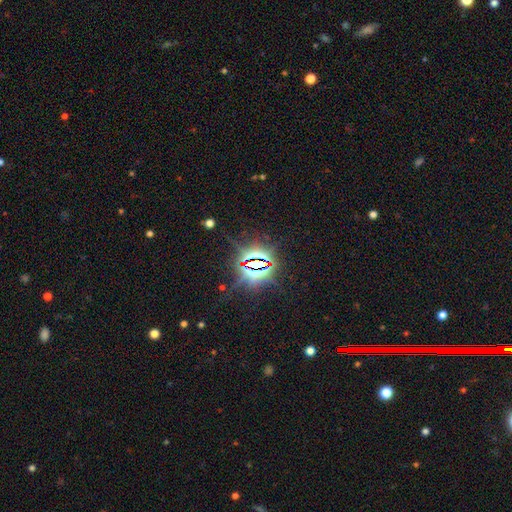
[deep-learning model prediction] Smooth or featured? star or artifact (84%)